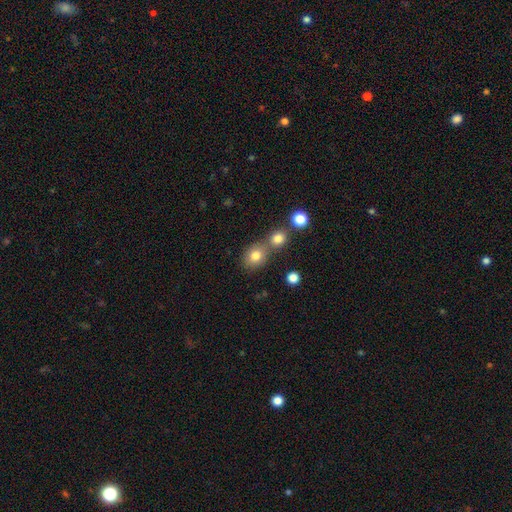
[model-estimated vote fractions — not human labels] This is likely a smooth galaxy (80%). How rounded: likely round (62%). Merging: possibly none (50%).